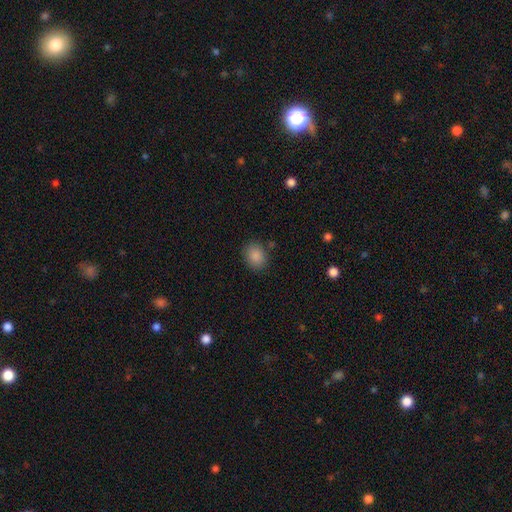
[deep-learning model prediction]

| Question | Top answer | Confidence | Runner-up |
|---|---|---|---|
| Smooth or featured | smooth | 87% | star or artifact (9%) |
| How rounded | in between | 53% | round (46%) |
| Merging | none | 83% | minor disturbance (11%) |